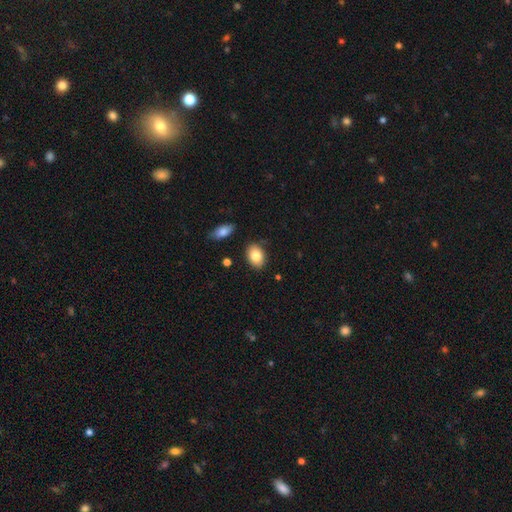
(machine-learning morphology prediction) smooth_or_featured: smooth (p=0.84) [alt: featured or disk p=0.09]
how_rounded: in between (p=0.80) [alt: round p=0.19]
merging: none (p=0.83) [alt: minor disturbance p=0.11]